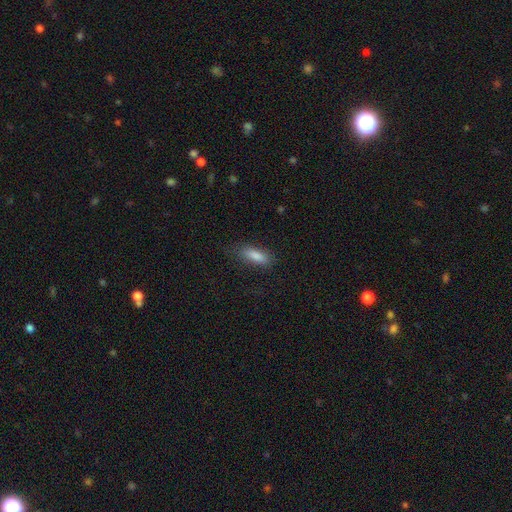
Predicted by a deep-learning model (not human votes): Morphology: type=smooth (75%); roundness=in between (52%); merging=none (77%).